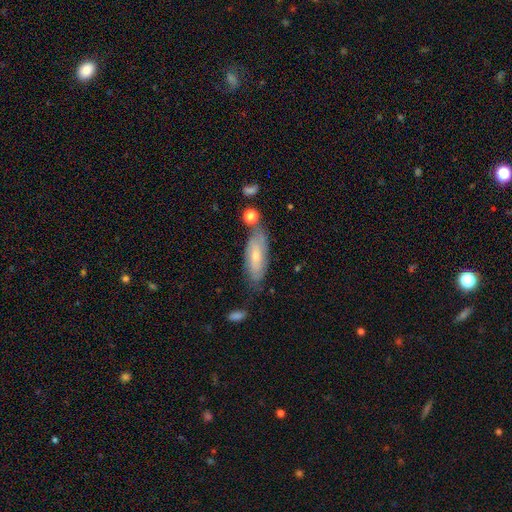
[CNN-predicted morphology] Smooth or featured? Predicted: smooth (p=0.48). Merging? Predicted: none (p=0.65).